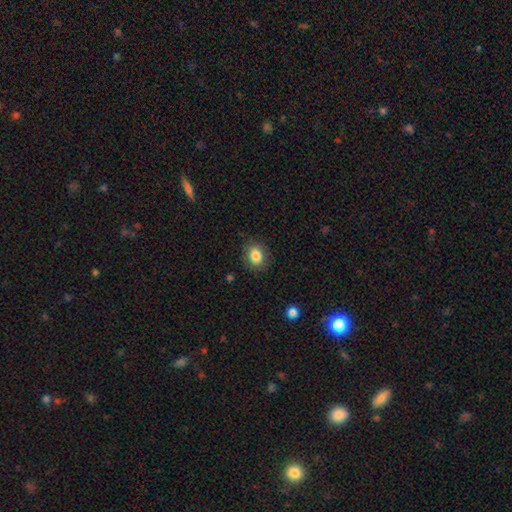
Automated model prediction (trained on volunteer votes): A smooth galaxy with no disk features (84%) that is round (50%).

Vote fractions:
- Smooth or featured? smooth: 84% / star or artifact: 9% / featured or disk: 7%
- How rounded? round: 50% / in between: 49% / cigar-shaped: 1%
- Merging? none: 85% / minor disturbance: 11% / major disturbance: 3% / merger: 1%